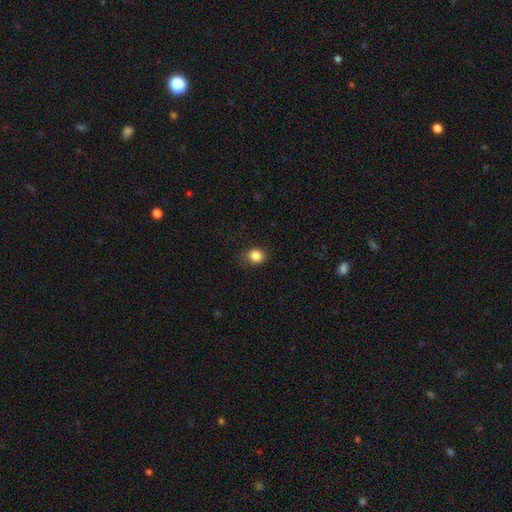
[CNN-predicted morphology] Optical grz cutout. It shows a smooth galaxy with no disk features (85%) that is round (72%). Merging: none (81%).